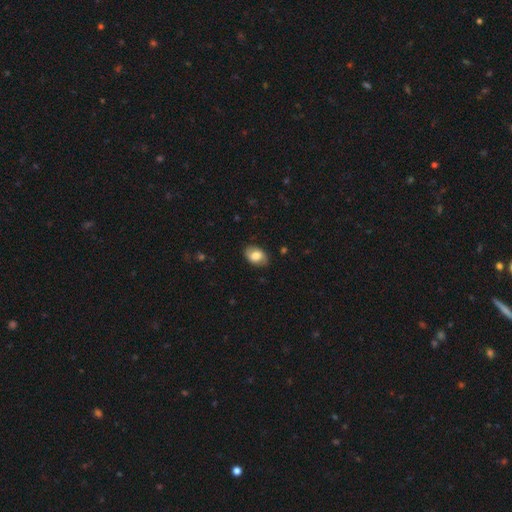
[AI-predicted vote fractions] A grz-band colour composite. It shows a smooth galaxy with no disk features (74%) that is in between round and cigar-shaped (84%). Merging: none (82%).